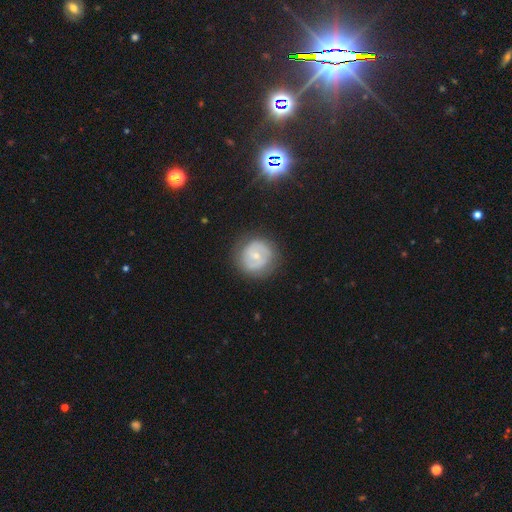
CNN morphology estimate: Smooth or featured: featured or disk — 59% (smooth — 34%)
Edge-on disk: no — 98% (yes — 2%)
Bar: no — 55% (weak — 37%)
Spiral arms: yes — 73% (no — 27%)
Bulge size: small — 63% (moderate — 33%)
Merging: none — 79% (minor disturbance — 14%)